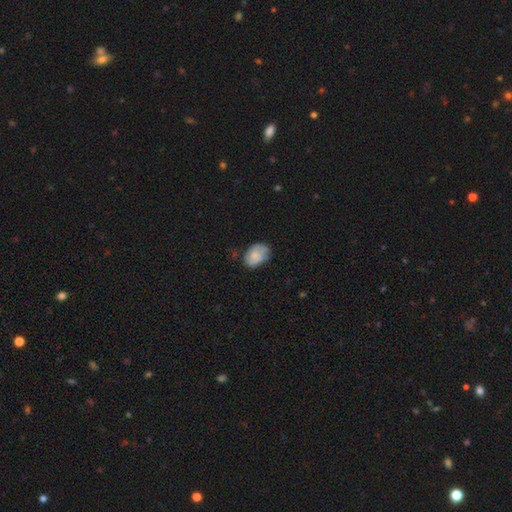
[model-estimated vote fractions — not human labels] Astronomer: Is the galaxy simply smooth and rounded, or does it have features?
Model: smooth — 70%.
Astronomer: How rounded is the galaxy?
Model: in between — 83%.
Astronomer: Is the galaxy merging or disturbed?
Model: none — 59%.